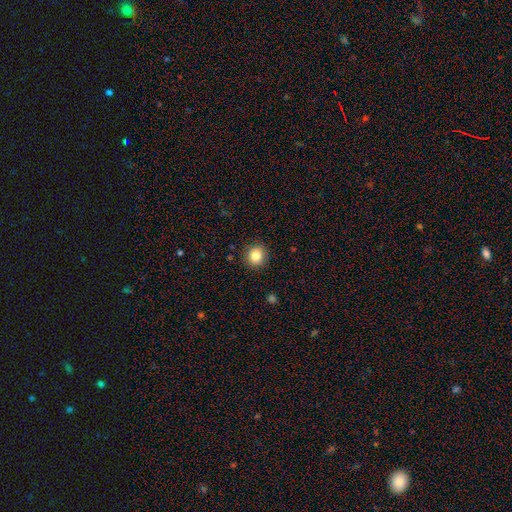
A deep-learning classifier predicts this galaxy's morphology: A smooth galaxy with no disk features (83%) that is round (91%).

Vote fractions:
- Smooth or featured? smooth: 83% / star or artifact: 10% / featured or disk: 6%
- How rounded? round: 91% / in between: 8% / cigar-shaped: 1%
- Merging? none: 91% / minor disturbance: 6% / major disturbance: 2% / merger: 1%